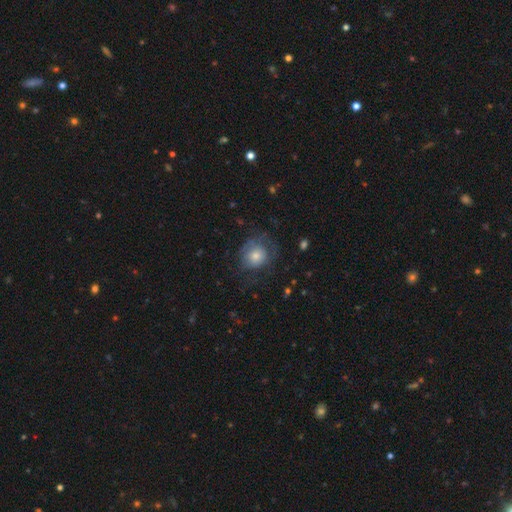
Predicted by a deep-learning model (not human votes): Q: Smooth or featured?
A: smooth (57%); runner-up: featured or disk (32%)
Q: How rounded?
A: round (80%); runner-up: in between (19%)
Q: Merging?
A: none (58%); runner-up: minor disturbance (21%)